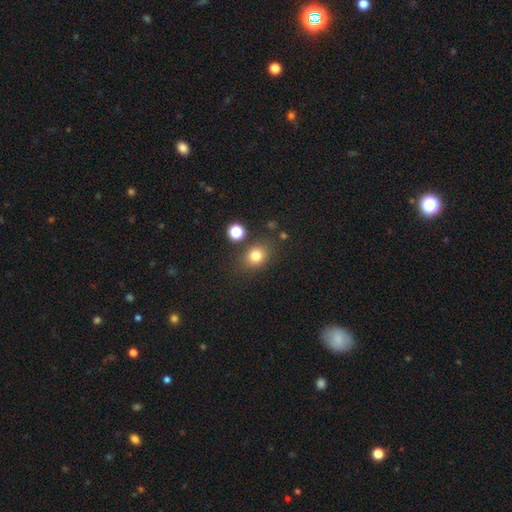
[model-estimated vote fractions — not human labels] smooth 79%, star or artifact 13%, featured or disk 8%. Down the decision tree: how rounded — round (56%); merging — none (78%).